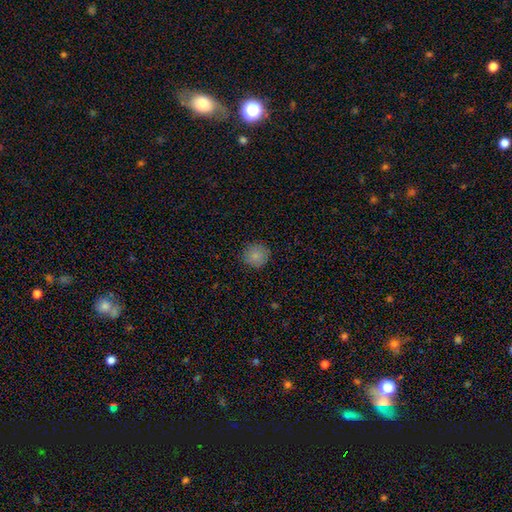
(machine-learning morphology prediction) Smooth or featured?
  - smooth: 84% *
  - star or artifact: 11%
  - featured or disk: 6%
How rounded?
  - round: 92% *
  - in between: 7%
  - cigar-shaped: 1%
Merging?
  - none: 89% *
  - minor disturbance: 8%
  - major disturbance: 2%
  - merger: 1%